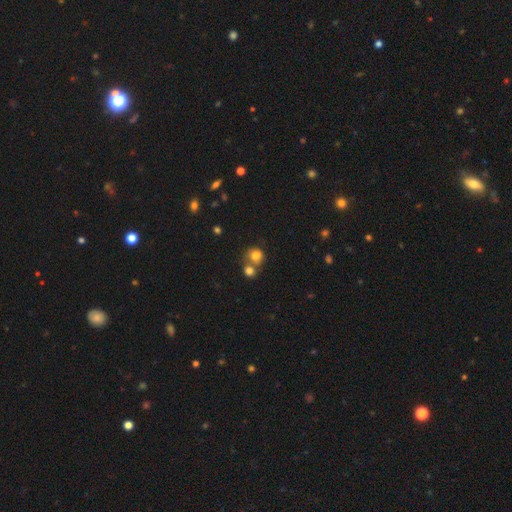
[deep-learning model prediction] smooth-or-featured: smooth: 80% | star or artifact: 12% | featured or disk: 9%
  how-rounded: round: 81% | in between: 18% | cigar-shaped: 1%
  merging: none: 46% | merger: 41% | minor disturbance: 9% | major disturbance: 4%